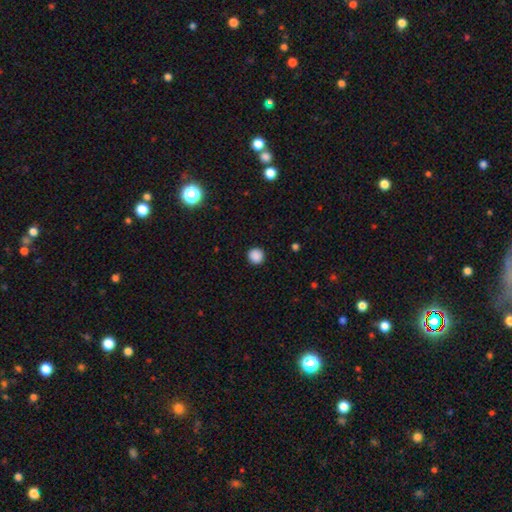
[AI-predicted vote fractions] smooth_or_featured: smooth (p=0.88) [alt: star or artifact p=0.10]
how_rounded: round (p=0.95) [alt: in between p=0.04]
merging: none (p=0.92) [alt: minor disturbance p=0.05]